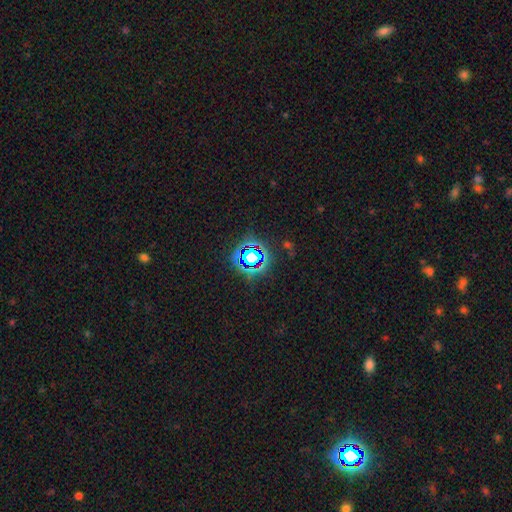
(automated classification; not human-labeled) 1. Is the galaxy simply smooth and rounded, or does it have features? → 70% star or artifact, 19% smooth, 11% featured or disk.